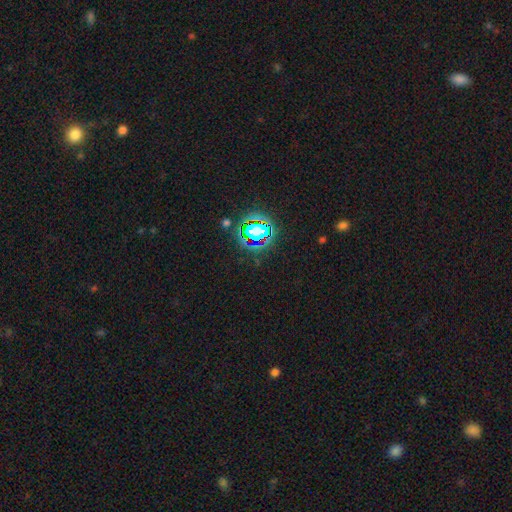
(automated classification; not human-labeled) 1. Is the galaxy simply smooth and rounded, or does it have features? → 81% star or artifact, 12% smooth, 7% featured or disk.